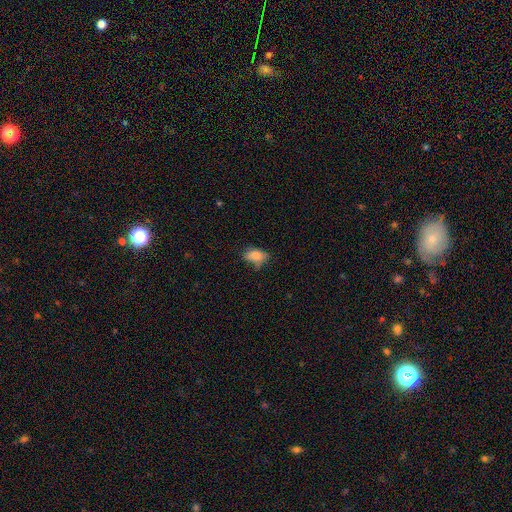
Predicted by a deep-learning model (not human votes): smooth 82%, featured or disk 9%, star or artifact 9%. Down the decision tree: how rounded — in between (88%); merging — none (52%).